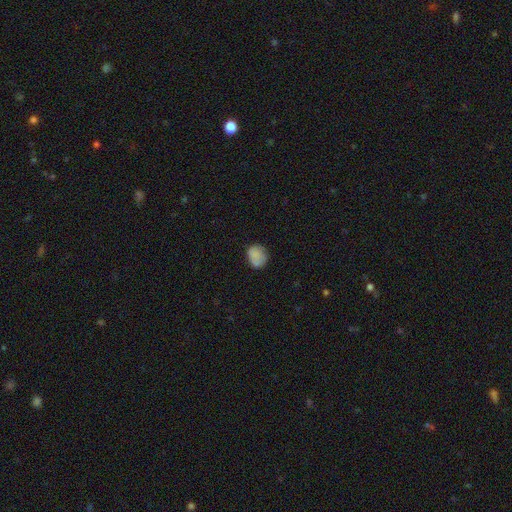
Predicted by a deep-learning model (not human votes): A smooth galaxy with no disk features (82%) that is round (58%).

Vote fractions:
- Smooth or featured? smooth: 82% / star or artifact: 9% / featured or disk: 8%
- How rounded? round: 58% / in between: 41% / cigar-shaped: 1%
- Merging? none: 67% / minor disturbance: 23% / major disturbance: 6% / merger: 4%